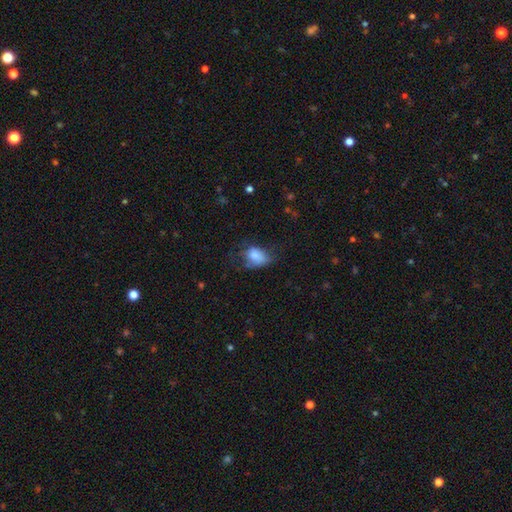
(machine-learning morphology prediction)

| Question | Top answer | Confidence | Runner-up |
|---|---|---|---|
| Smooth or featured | smooth | 75% | featured or disk (15%) |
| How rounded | in between | 79% | round (20%) |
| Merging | none | 33% | tied: major disturbance (33%) |